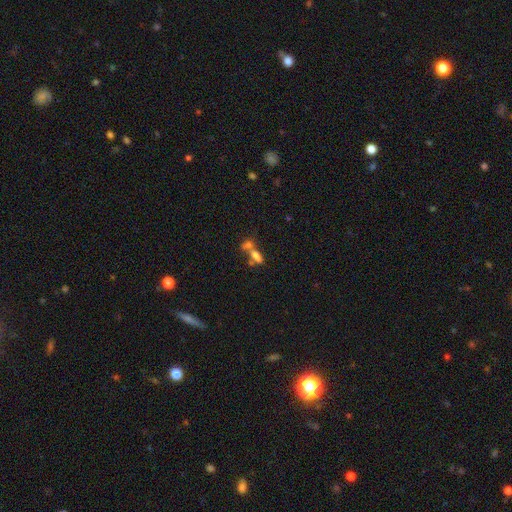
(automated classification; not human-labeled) Q: Smooth or featured?
A: smooth (59%); runner-up: featured or disk (26%)
Q: How rounded?
A: in between (65%); runner-up: cigar-shaped (25%)
Q: Merging?
A: merger (55%); runner-up: none (29%)